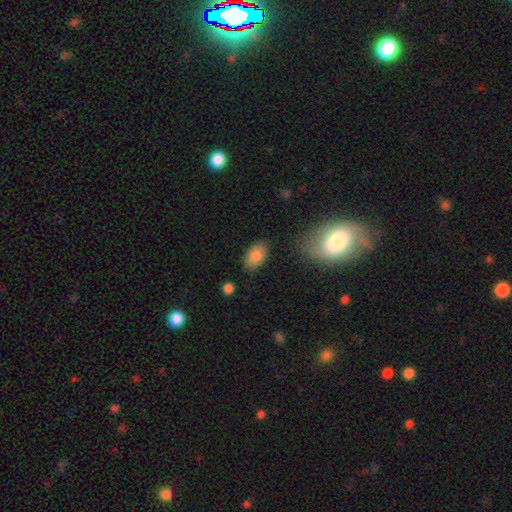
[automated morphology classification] Overall: smooth (85%). How rounded: in between (92%). Merging: none (80%).